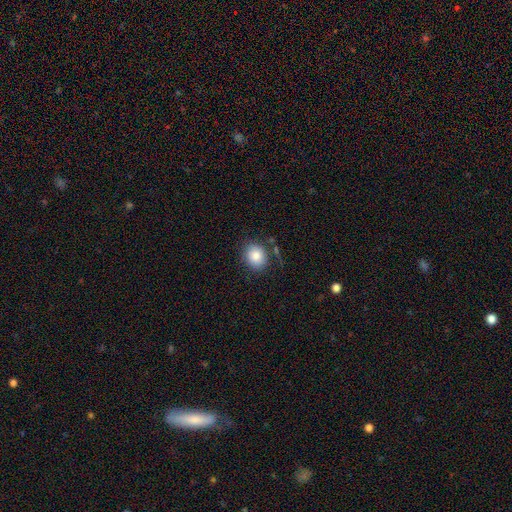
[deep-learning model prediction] Smooth or featured: smooth — 84% (star or artifact — 9%)
How rounded: round — 66% (in between — 33%)
Merging: none — 77% (minor disturbance — 14%)